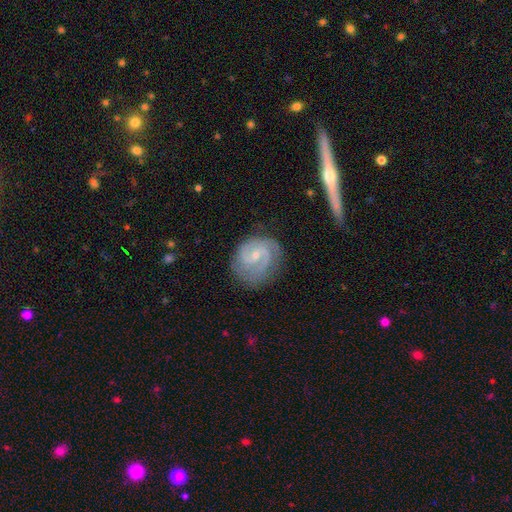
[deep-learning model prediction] Smooth or featured? Predicted: featured or disk (p=0.89). Edge-on disk? Predicted: no (p=0.98). Bar? Predicted: weak (p=0.51). Spiral arms? Predicted: yes (p=0.98). Spiral winding? Predicted: medium (p=0.49). Spiral arm count? Predicted: 2 (p=0.80). Bulge size? Predicted: small (p=0.69). Merging? Predicted: none (p=0.76).